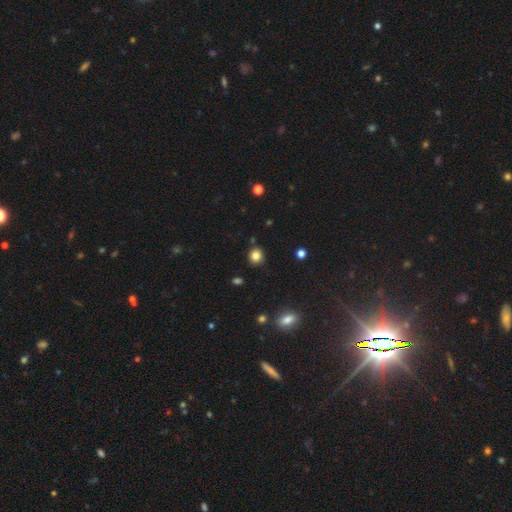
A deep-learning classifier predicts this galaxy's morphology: A smooth galaxy with no disk features (83%) that is round (84%). Merging: none (88%).